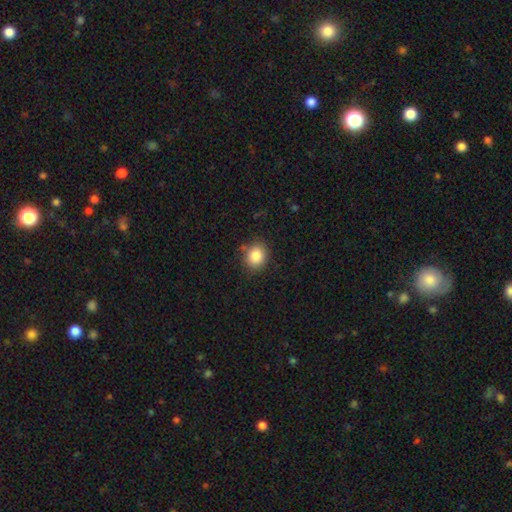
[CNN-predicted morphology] Overall: smooth (84%). How rounded: round (71%). Merging: none (83%).